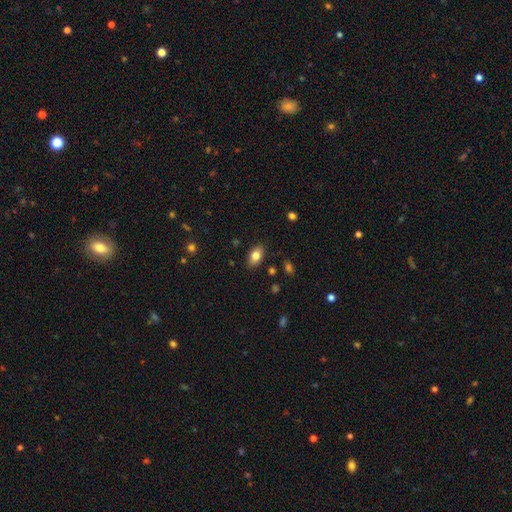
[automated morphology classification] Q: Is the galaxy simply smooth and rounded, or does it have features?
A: smooth — 80%.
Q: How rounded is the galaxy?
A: in between — 88%.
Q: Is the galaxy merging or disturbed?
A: none — 85%.